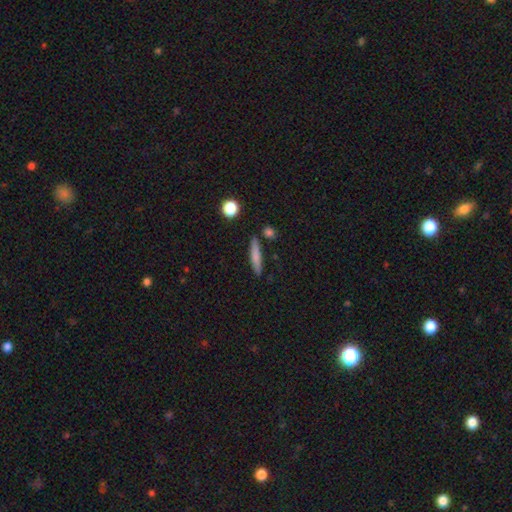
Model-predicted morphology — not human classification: smooth_or_featured: smooth (p=0.74) [alt: featured or disk p=0.19]
how_rounded: cigar-shaped (p=0.87) [alt: in between p=0.11]
merging: none (p=0.83) [alt: minor disturbance p=0.10]